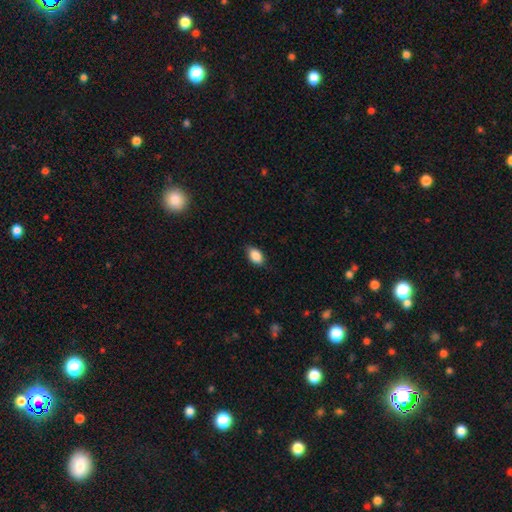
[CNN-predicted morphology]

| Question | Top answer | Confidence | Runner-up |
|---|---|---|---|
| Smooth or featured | smooth | 88% | star or artifact (7%) |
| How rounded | in between | 88% | round (10%) |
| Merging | none | 81% | minor disturbance (15%) |